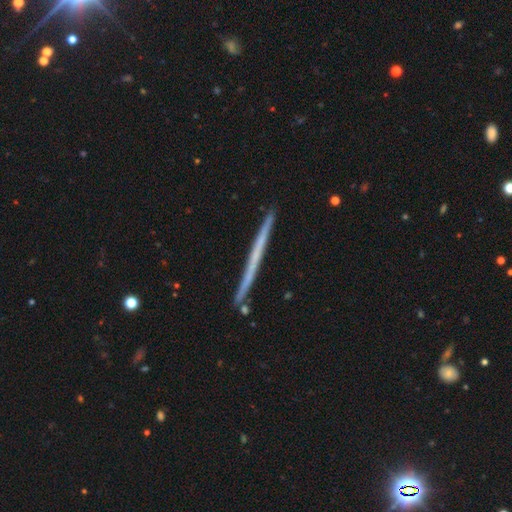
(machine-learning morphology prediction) Overall: featured or disk (62%; smooth 31%). Edge-on disk: yes (98%). Edge-on bulge: none (82%). Merging: none (90%).